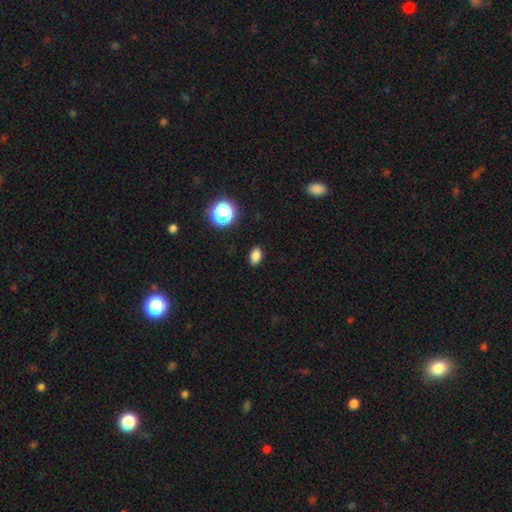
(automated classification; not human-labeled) Morphology: type=smooth (81%); roundness=in between (81%); merging=none (88%).